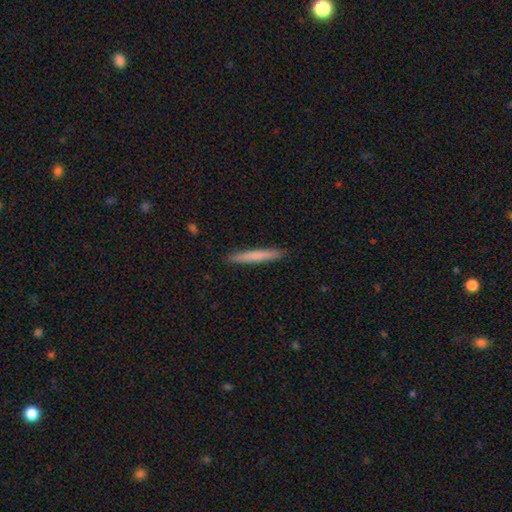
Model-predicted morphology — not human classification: type=smooth (74%); roundness=cigar-shaped (96%); merging=none (92%).